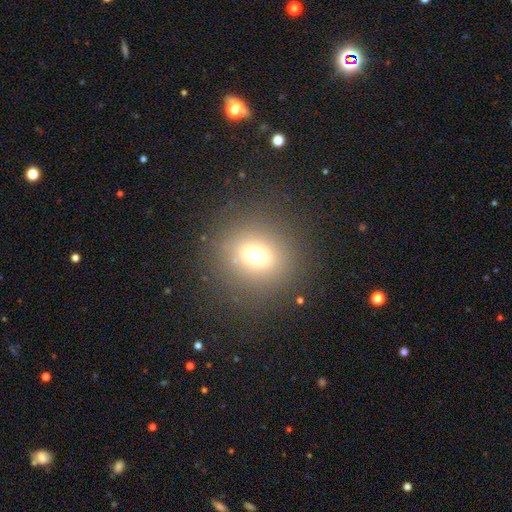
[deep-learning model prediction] Morphology: type=smooth (67%); roundness=round (85%); merging=none (85%).